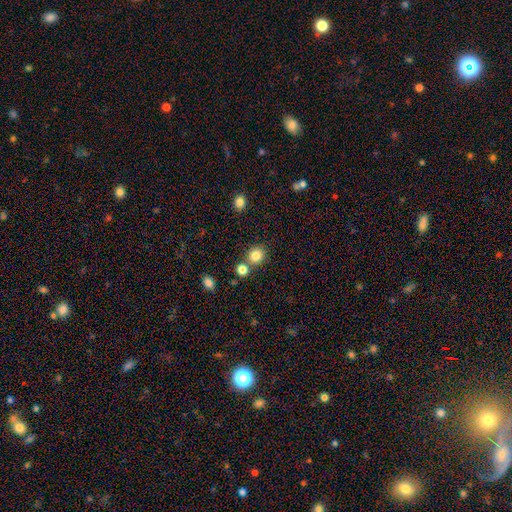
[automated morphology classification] smooth-or-featured: smooth: 83% | star or artifact: 11% | featured or disk: 6%
  how-rounded: round: 79% | in between: 20% | cigar-shaped: 1%
  merging: none: 71% | merger: 18% | minor disturbance: 8% | major disturbance: 3%